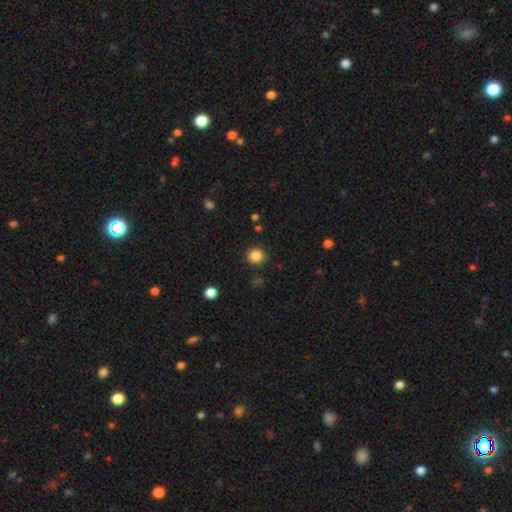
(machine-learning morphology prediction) smooth 86%, star or artifact 11%, featured or disk 3%. Down the decision tree: how rounded — round (87%); merging — none (90%).